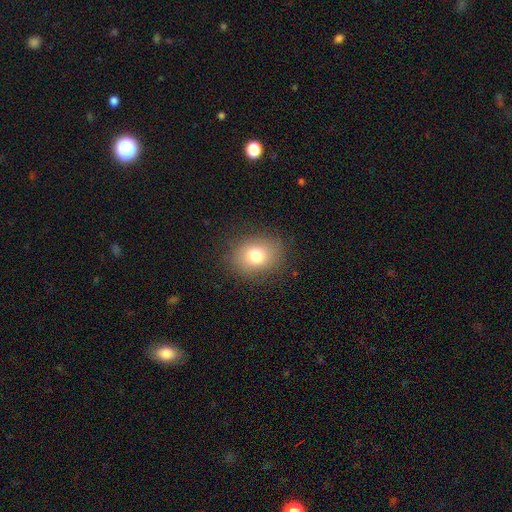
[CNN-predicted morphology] Smooth or featured?
  - smooth: 78% *
  - star or artifact: 12%
  - featured or disk: 11%
How rounded?
  - round: 54% *
  - in between: 45%
  - cigar-shaped: 1%
Merging?
  - none: 84% *
  - minor disturbance: 11%
  - major disturbance: 4%
  - merger: 1%